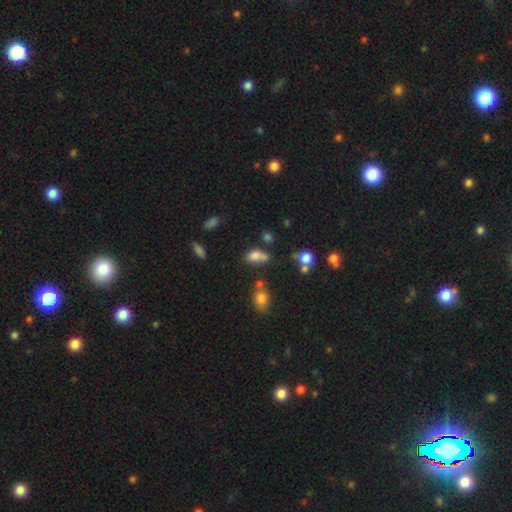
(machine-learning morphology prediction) smooth 77%, star or artifact 13%, featured or disk 10%. Down the decision tree: how rounded — in between (82%); merging — none (43%).